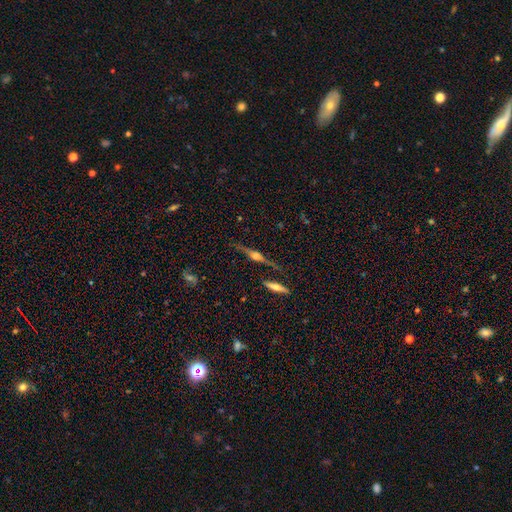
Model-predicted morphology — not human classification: featured or disk 83%, smooth 9%, star or artifact 8%. Down the decision tree: edge-on disk — yes (96%); edge-on bulge — rounded (85%); merging — none (78%).